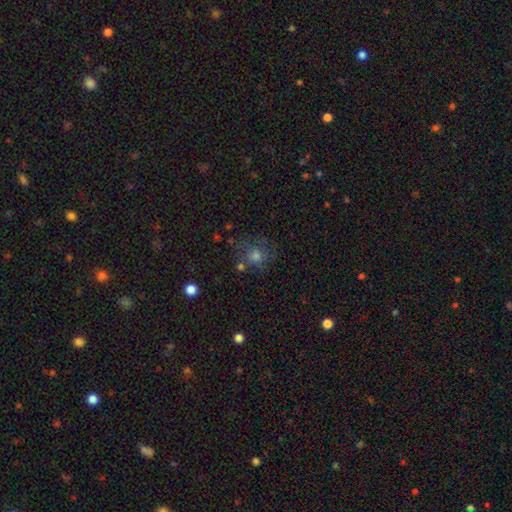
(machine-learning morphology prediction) Smooth or featured?
  - smooth: 64% *
  - star or artifact: 19%
  - featured or disk: 18%
How rounded?
  - round: 84% *
  - in between: 15%
  - cigar-shaped: 1%
Merging?
  - none: 64% *
  - minor disturbance: 17%
  - major disturbance: 10%
  - merger: 8%